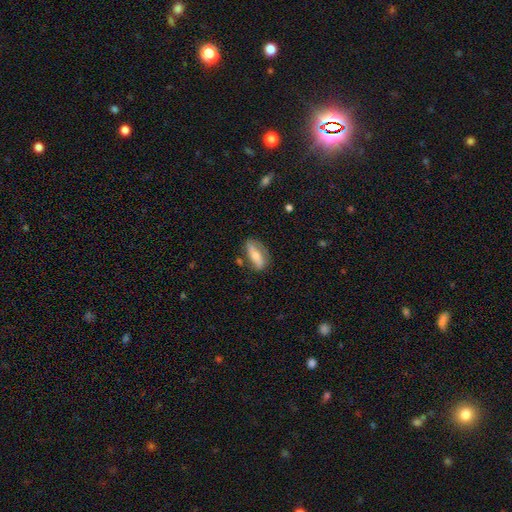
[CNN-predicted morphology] A smooth galaxy with no disk features (48%). Merging: none (70%).